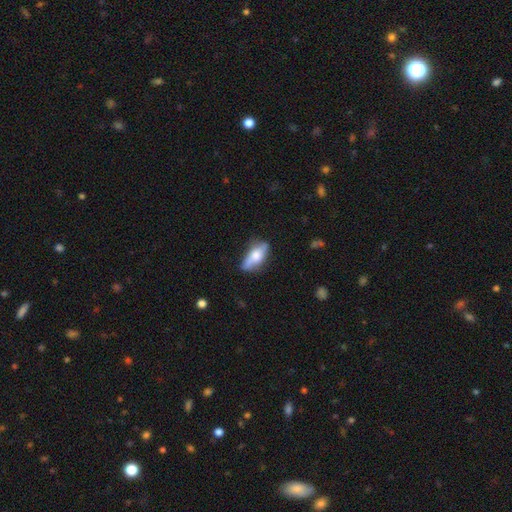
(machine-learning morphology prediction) A smooth galaxy with no disk features (55%) that is in between round and cigar-shaped (74%).

Vote fractions:
- Smooth or featured? smooth: 55% / featured or disk: 38% / star or artifact: 7%
- How rounded? in between: 74% / cigar-shaped: 23% / round: 4%
- Merging? none: 67% / minor disturbance: 24% / major disturbance: 6% / merger: 3%